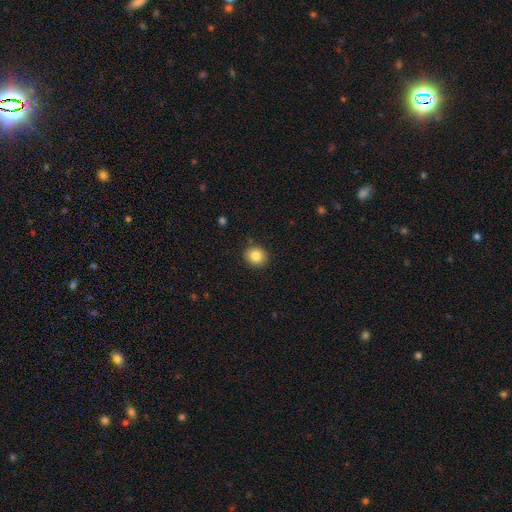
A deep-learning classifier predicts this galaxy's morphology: Smooth or featured?
  - smooth: 84% *
  - star or artifact: 10%
  - featured or disk: 7%
How rounded?
  - round: 80% *
  - in between: 19%
  - cigar-shaped: 1%
Merging?
  - none: 90% *
  - minor disturbance: 7%
  - major disturbance: 2%
  - merger: 1%